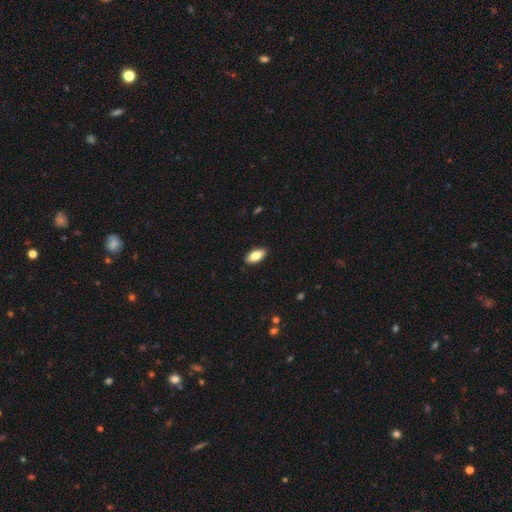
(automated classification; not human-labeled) Smooth or featured? smooth (81%)
How rounded? in between (91%)
Merging? none (90%)